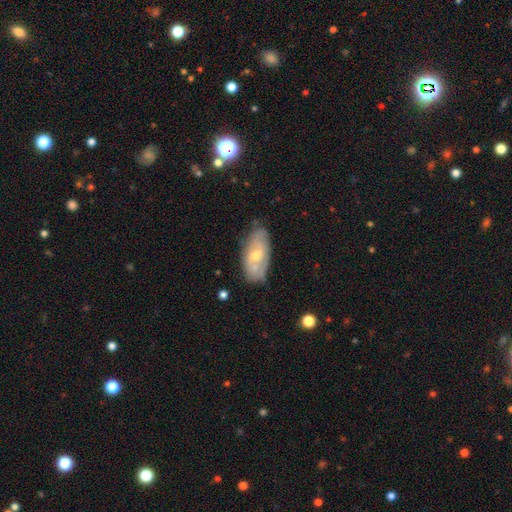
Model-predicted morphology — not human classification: Smooth or featured? Predicted: featured or disk (p=0.55). Edge-on disk? Predicted: no (p=0.87). Merging? Predicted: none (p=0.65).